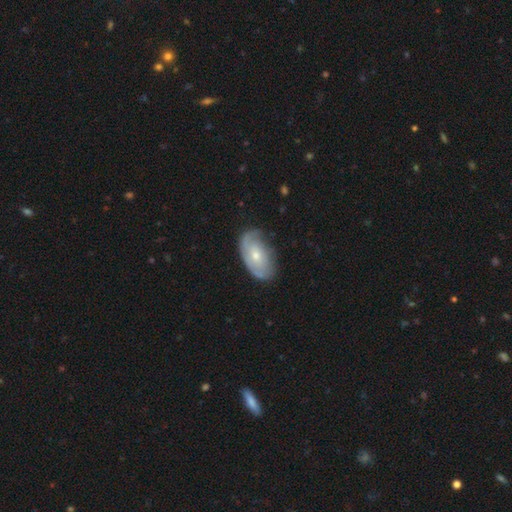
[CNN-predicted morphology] Smooth or featured? featured or disk (60%)
Edge-on disk? no (93%)
Bar? no (76%)
Spiral arms? yes (75%)
Bulge size? small (49%)
Merging? none (65%)